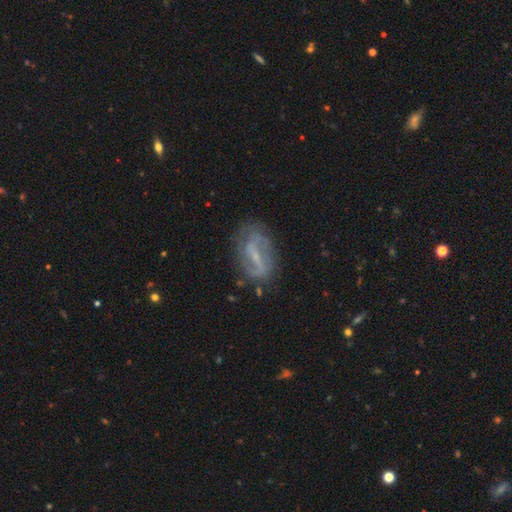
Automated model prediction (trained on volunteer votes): A featured or disk galaxy (78%) with a weak bar (43%), 2 (78%) loose (46%) spiral arms (83%) and a small central bulge (63%). Merging: none (71%).